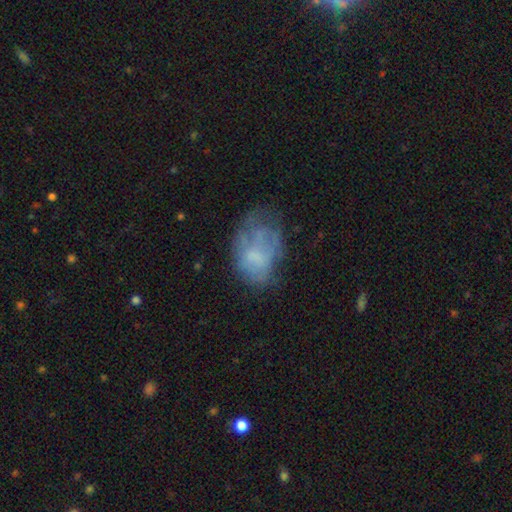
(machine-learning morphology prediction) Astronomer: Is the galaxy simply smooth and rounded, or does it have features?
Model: smooth — 49% (runner-up: featured or disk, 39%).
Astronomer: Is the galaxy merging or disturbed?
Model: none — 43% (runner-up: minor disturbance, 29%).